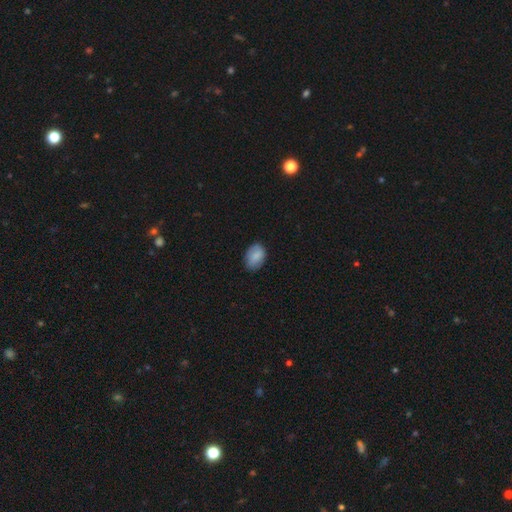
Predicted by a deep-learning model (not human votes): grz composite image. It shows a smooth galaxy with no disk features (85%) that is in between round and cigar-shaped (84%). Merging: none (80%).